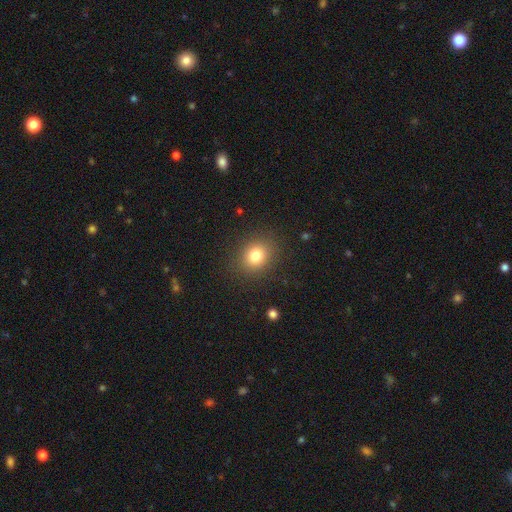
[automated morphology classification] Overall: smooth (79%). How rounded: round (66%; in between 33%). Merging: none (87%).